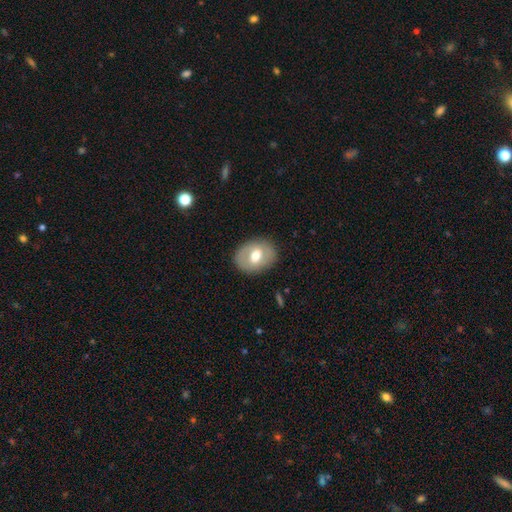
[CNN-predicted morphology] The model was most divided on "smooth or featured": smooth: 54%, featured or disk: 40%, star or artifact: 7%. More confident: merging — none (84%); how rounded — in between (61%).